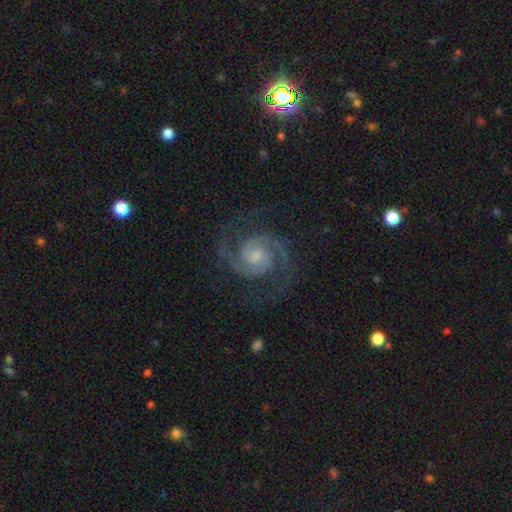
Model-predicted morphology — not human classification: Smooth or featured: featured or disk — 93% (star or artifact — 4%)
Edge-on disk: no — 98% (yes — 2%)
Bar: no — 53% (weak — 40%)
Spiral arms: yes — 99% (no — 1%)
Spiral winding: medium — 53% (tight — 39%)
Spiral arm count: 2 — 92% (3 — 3%)
Bulge size: small — 41% (moderate — 40%)
Merging: none — 79% (minor disturbance — 13%)